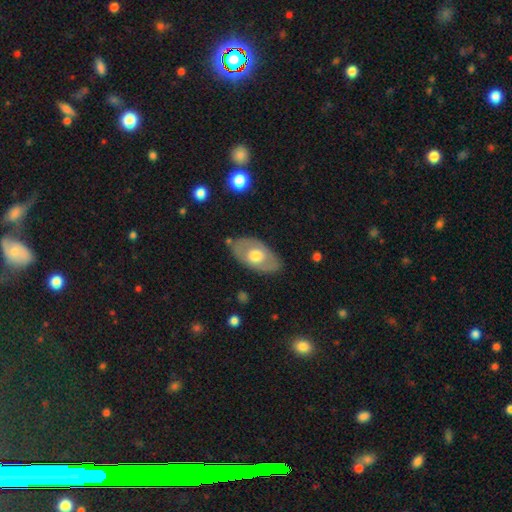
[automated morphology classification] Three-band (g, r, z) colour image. It shows a smooth galaxy with no disk features (50%) that is in between round and cigar-shaped (91%). Merging: none (79%).